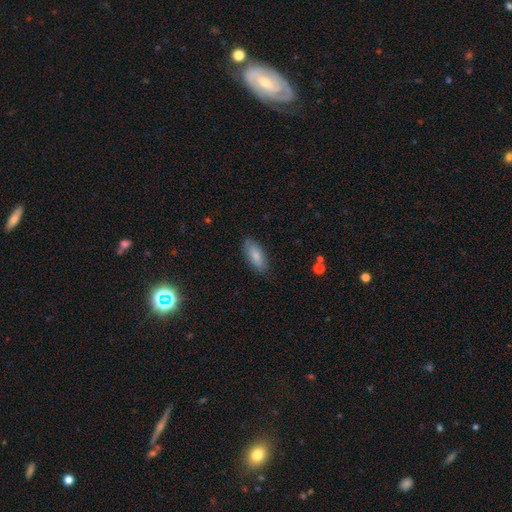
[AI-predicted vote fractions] Q: Smooth or featured?
A: smooth (80%); runner-up: featured or disk (14%)
Q: How rounded?
A: in between (82%); runner-up: cigar-shaped (16%)
Q: Merging?
A: none (80%); runner-up: minor disturbance (15%)